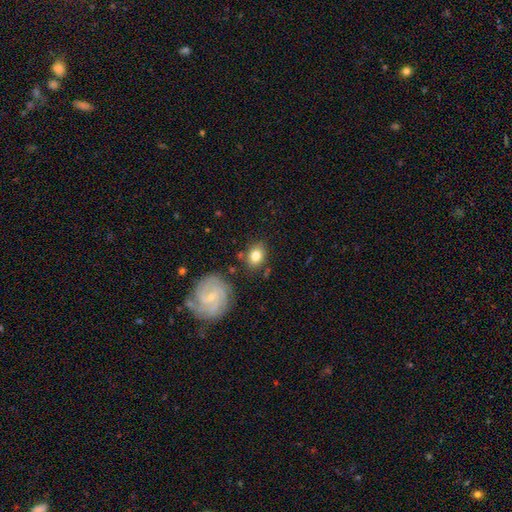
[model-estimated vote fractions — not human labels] Smooth or featured?
  - smooth: 71% *
  - featured or disk: 22%
  - star or artifact: 8%
How rounded?
  - in between: 53% *
  - round: 45%
  - cigar-shaped: 1%
Merging?
  - none: 78% *
  - minor disturbance: 13%
  - merger: 5%
  - major disturbance: 4%